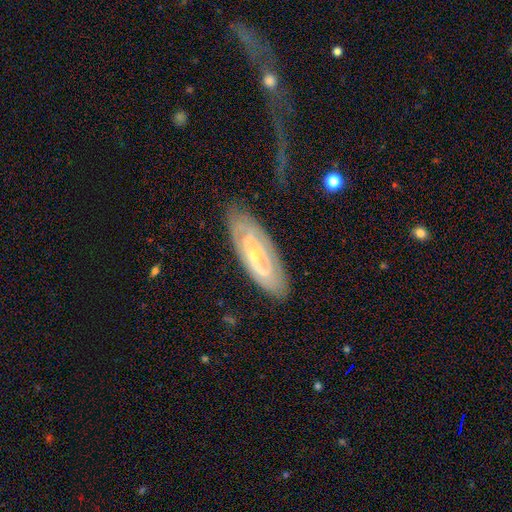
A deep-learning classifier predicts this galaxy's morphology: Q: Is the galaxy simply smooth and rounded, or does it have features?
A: featured or disk — 80%.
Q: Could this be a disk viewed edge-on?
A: no — 88%.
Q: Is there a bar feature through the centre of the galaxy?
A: no — 54%.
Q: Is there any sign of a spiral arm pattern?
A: yes — 82%.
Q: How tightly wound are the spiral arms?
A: tight — 66%.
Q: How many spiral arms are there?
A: can't tell — 46%.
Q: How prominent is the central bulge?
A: small — 63%.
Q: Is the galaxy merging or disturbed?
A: none — 75%.